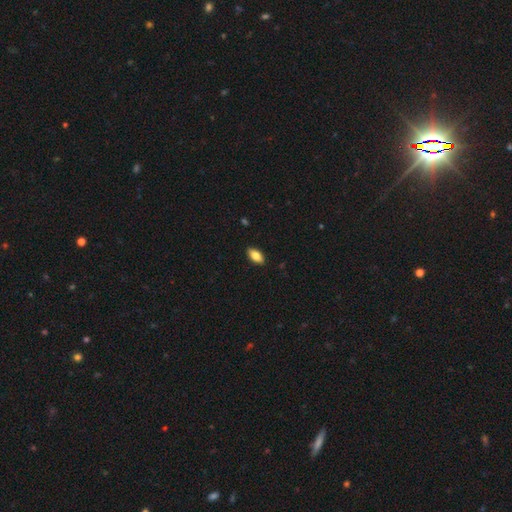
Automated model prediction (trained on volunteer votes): This appears to be a smooth galaxy with no disk features (83%) that is in between round and cigar-shaped (91%). Merging: none (89%).